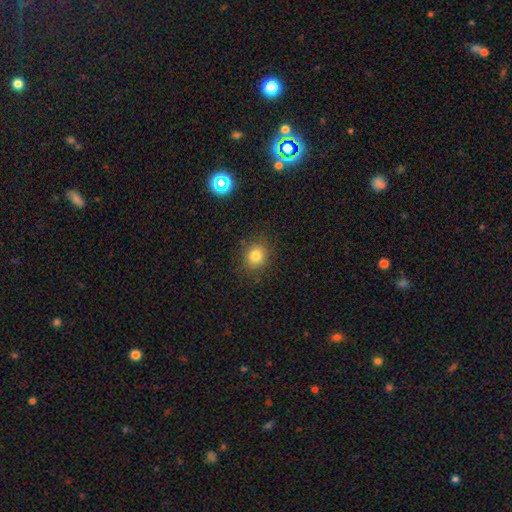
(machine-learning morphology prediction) Q: Smooth or featured?
A: smooth (80%); runner-up: star or artifact (13%)
Q: How rounded?
A: round (78%); runner-up: in between (21%)
Q: Merging?
A: none (86%); runner-up: minor disturbance (9%)